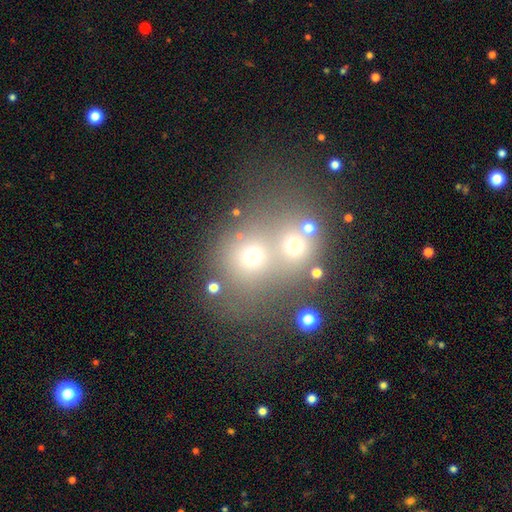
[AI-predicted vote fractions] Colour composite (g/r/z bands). It shows a smooth galaxy with no disk features (57%) that is round (71%). Merging: merger (57%).